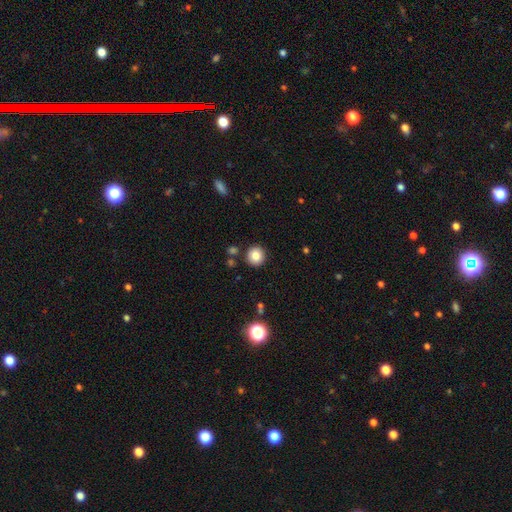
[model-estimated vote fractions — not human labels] Q: Smooth or featured?
A: smooth (83%); runner-up: star or artifact (10%)
Q: How rounded?
A: round (92%); runner-up: in between (7%)
Q: Merging?
A: none (89%); runner-up: minor disturbance (6%)